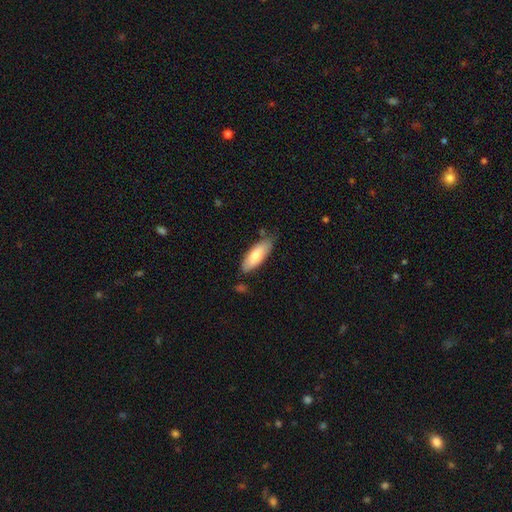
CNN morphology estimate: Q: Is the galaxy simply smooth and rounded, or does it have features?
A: smooth — 75%.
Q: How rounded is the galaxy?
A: in between — 70%.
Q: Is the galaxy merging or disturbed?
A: none — 73%.